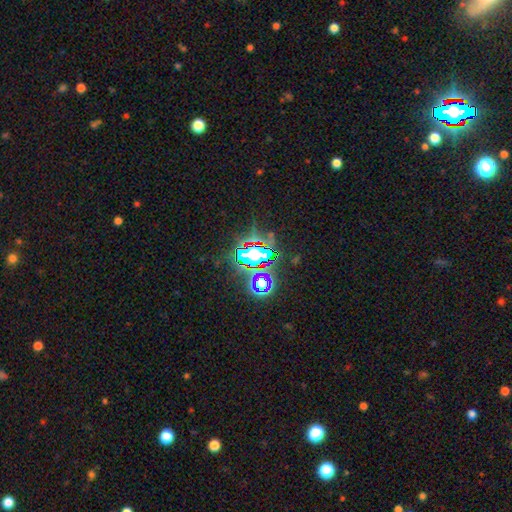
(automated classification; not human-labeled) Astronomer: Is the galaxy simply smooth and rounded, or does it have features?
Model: star or artifact — 74%.